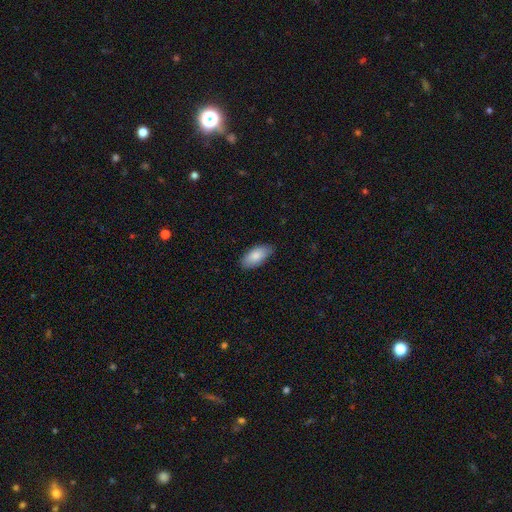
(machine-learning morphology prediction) type=smooth (85%); roundness=in between (90%); merging=none (85%).